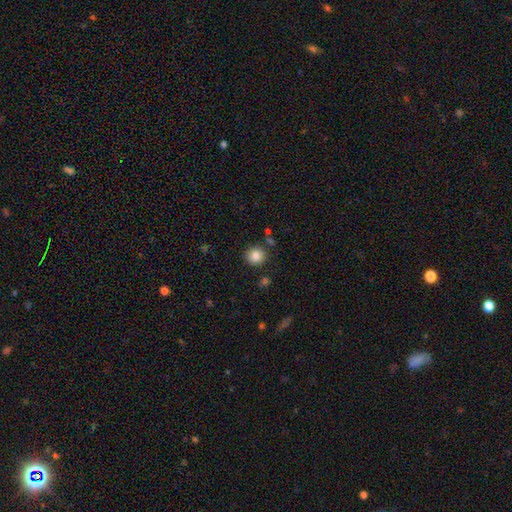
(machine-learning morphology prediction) This appears to be a smooth galaxy with no disk features (85%) that is round (91%). Merging: none (86%).